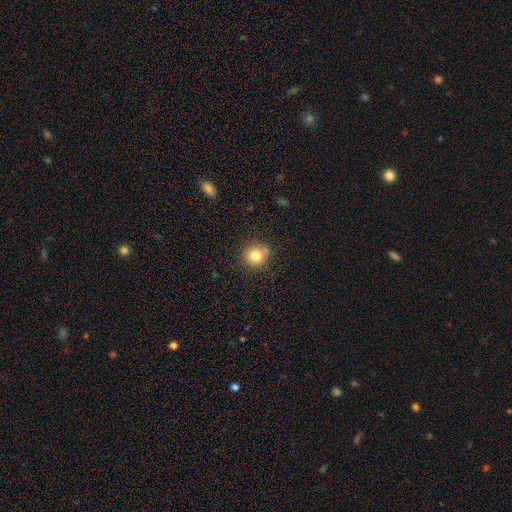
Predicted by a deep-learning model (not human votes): smooth 80%, star or artifact 12%, featured or disk 8%. Down the decision tree: how rounded — round (92%); merging — none (78%).